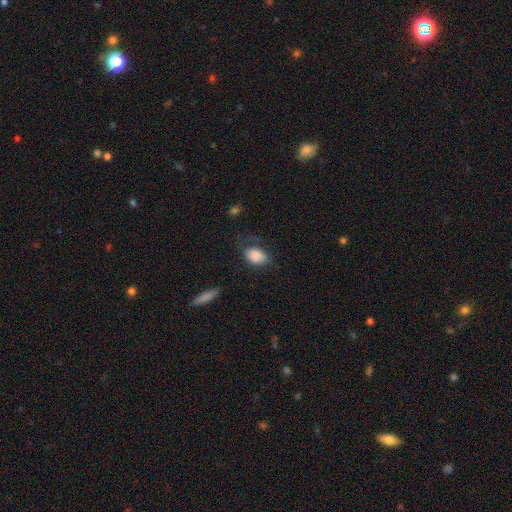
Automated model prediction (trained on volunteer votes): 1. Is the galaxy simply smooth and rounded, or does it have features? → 85% smooth, 8% featured or disk, 7% star or artifact.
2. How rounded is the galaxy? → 86% in between, 12% round, 1% cigar-shaped.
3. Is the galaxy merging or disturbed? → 54% none, 25% minor disturbance, 18% major disturbance, 3% merger.